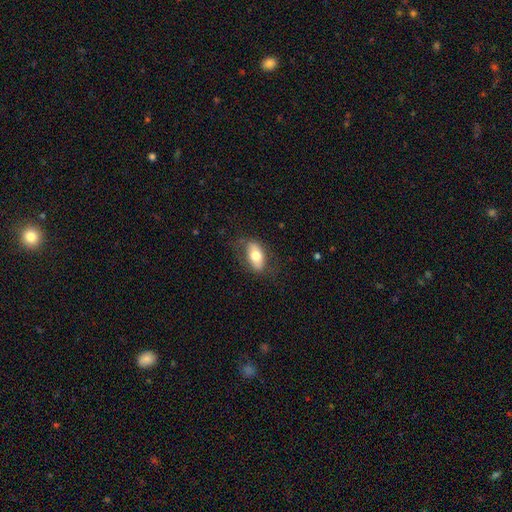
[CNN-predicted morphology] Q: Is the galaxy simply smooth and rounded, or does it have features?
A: smooth — 68%.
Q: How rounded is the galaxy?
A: in between — 88%.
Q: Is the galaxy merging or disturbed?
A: none — 73%.